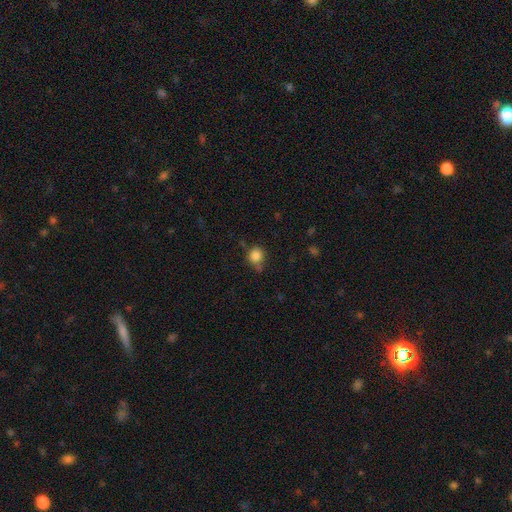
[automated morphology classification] This appears to be a smooth galaxy with no disk features (85%) that is round (84%). Merging: none (67%).